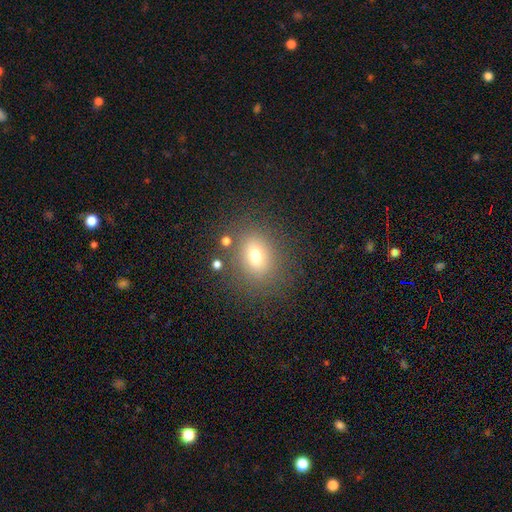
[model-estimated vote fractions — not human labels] Smooth or featured? Predicted: smooth (p=0.70). How rounded? Predicted: round (p=0.53). Merging? Predicted: none (p=0.79).